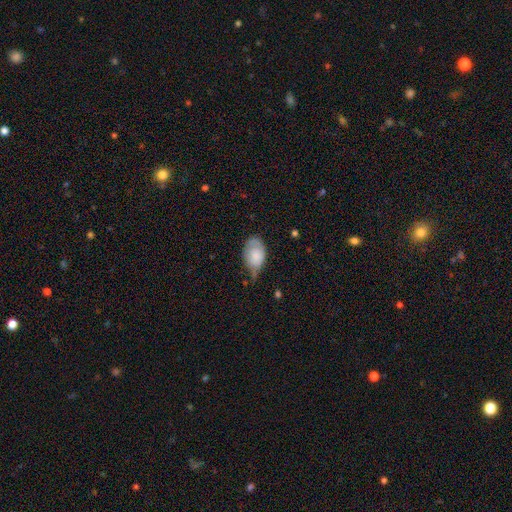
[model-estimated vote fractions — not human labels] Morphology: type=smooth (73%); roundness=in between (88%); merging=minor disturbance (44%).